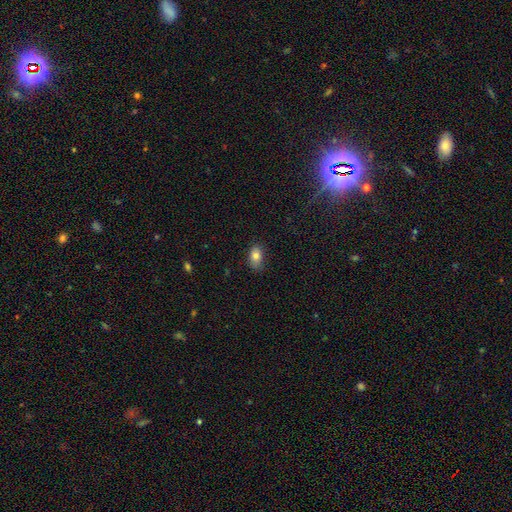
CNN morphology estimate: Overall: smooth (83%). How rounded: in between (86%). Merging: none (71%).